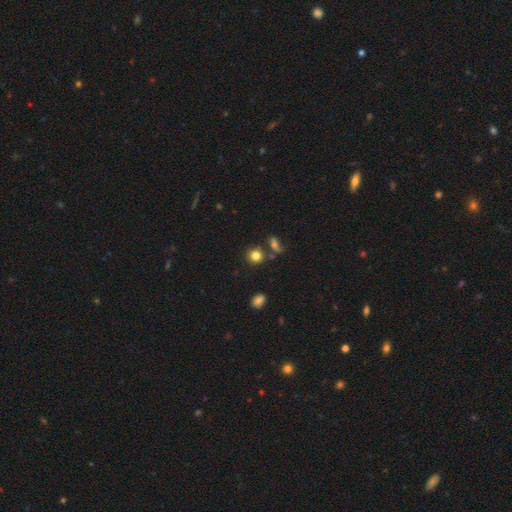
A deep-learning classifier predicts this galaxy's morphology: Smooth or featured: smooth — 81% (star or artifact — 12%)
How rounded: round — 87% (in between — 12%)
Merging: none — 76% (merger — 11%)